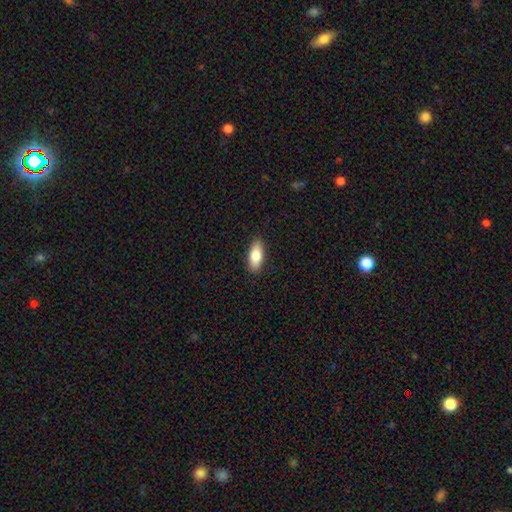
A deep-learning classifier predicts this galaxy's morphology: A smooth galaxy with no disk features (80%) that is in between round and cigar-shaped (82%).

Vote fractions:
- Smooth or featured? smooth: 80% / featured or disk: 13% / star or artifact: 6%
- How rounded? in between: 82% / cigar-shaped: 16% / round: 3%
- Merging? none: 88% / minor disturbance: 9% / major disturbance: 2% / merger: 1%